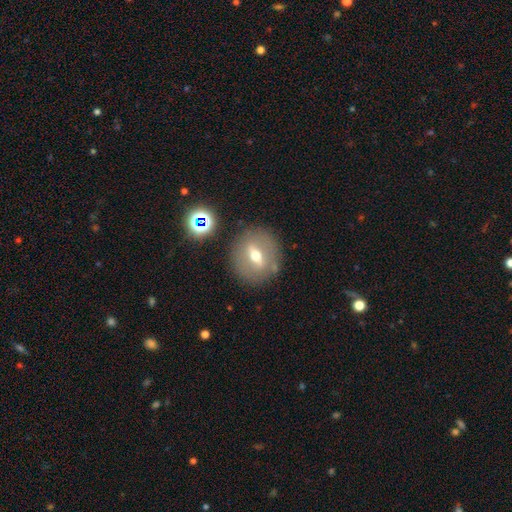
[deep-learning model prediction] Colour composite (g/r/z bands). It shows a featured or disk galaxy (49%). Merging: none (80%).